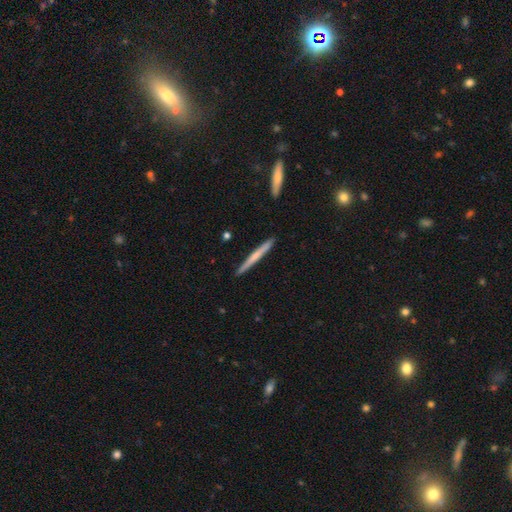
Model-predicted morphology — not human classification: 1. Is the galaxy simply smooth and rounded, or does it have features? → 50% smooth, 45% featured or disk, 5% star or artifact.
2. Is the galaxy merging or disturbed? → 91% none, 6% minor disturbance, 1% merger, 1% major disturbance.